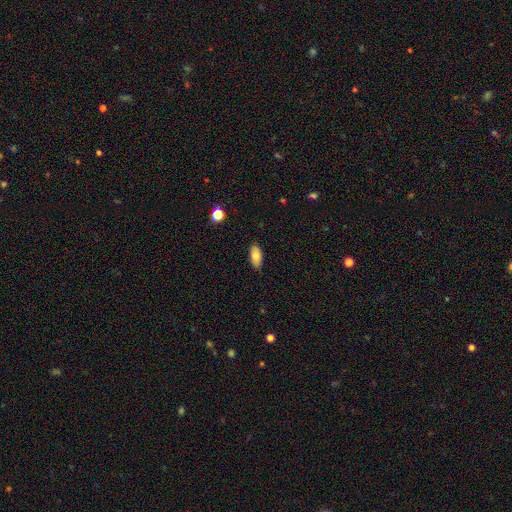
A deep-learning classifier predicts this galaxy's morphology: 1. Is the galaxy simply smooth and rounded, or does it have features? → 78% smooth, 14% featured or disk, 8% star or artifact.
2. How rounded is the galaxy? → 90% in between, 7% cigar-shaped, 3% round.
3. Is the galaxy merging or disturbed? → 86% none, 11% minor disturbance, 2% major disturbance, 1% merger.